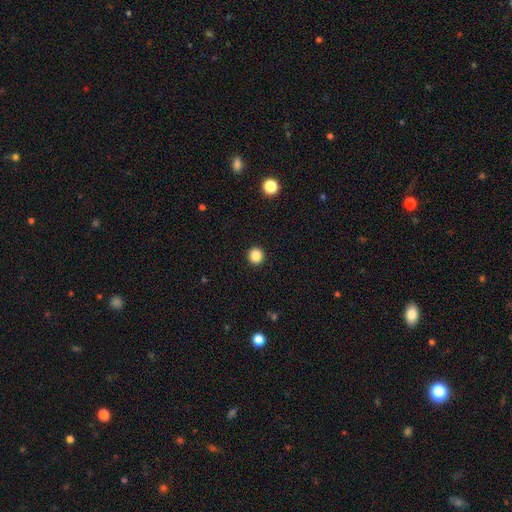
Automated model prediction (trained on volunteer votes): A smooth galaxy with no disk features (86%) that is round (95%). Merging: none (94%).